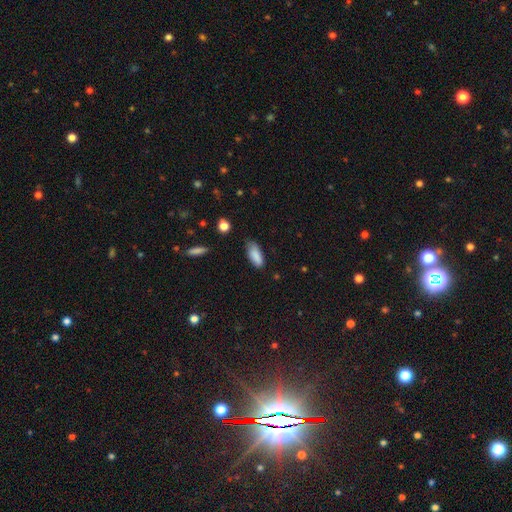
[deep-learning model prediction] Smooth or featured? Predicted: smooth (p=0.87). How rounded? Predicted: in between (p=0.80). Merging? Predicted: none (p=0.68).